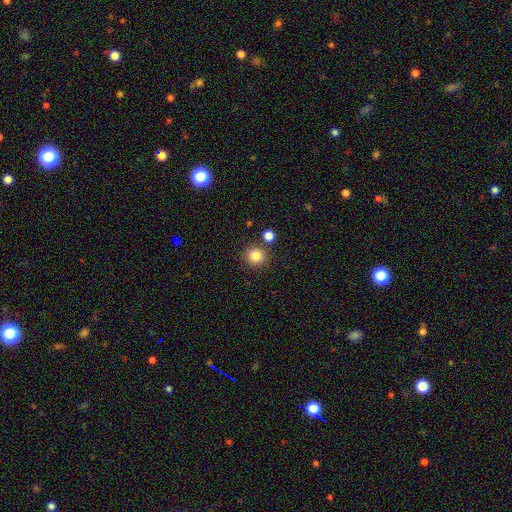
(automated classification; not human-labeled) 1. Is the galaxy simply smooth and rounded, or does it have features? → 84% smooth, 11% star or artifact, 5% featured or disk.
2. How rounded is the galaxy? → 93% round, 6% in between, 1% cigar-shaped.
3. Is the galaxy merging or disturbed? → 83% none, 8% merger, 7% minor disturbance, 2% major disturbance.